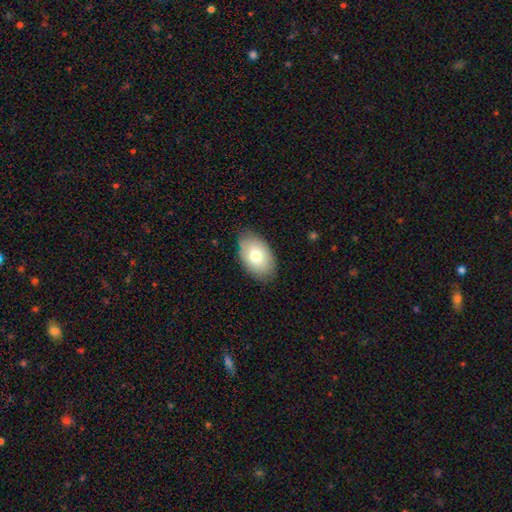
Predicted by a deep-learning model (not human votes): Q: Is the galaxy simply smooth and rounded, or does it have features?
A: smooth — 74%.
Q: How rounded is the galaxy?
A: in between — 90%.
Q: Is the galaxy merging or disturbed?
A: none — 83%.